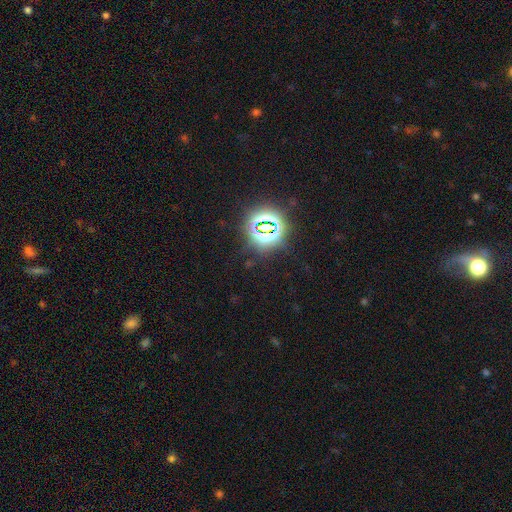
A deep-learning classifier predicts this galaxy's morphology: smooth_or_featured: star or artifact (p=0.78) [alt: smooth p=0.15]